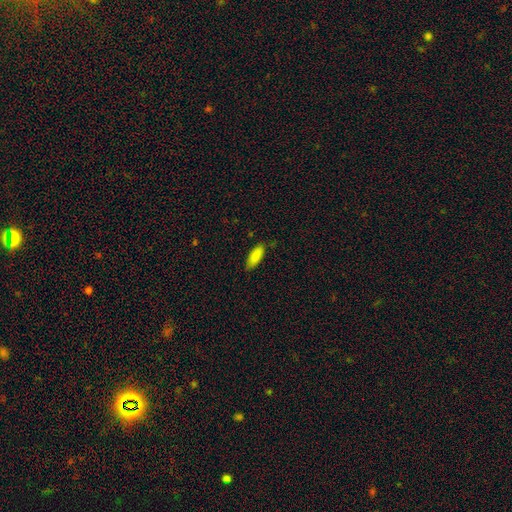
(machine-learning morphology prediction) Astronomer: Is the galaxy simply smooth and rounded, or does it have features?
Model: smooth — 88%.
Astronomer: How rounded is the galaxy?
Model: in between — 72%.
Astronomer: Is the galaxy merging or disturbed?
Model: none — 82%.